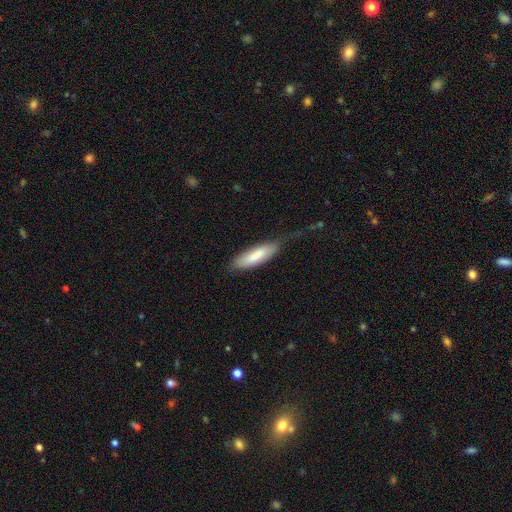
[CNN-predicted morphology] The model was most divided on "how rounded": cigar-shaped: 53%, in between: 45%, round: 1%. More confident: smooth or featured — smooth (79%); merging — none (57%).